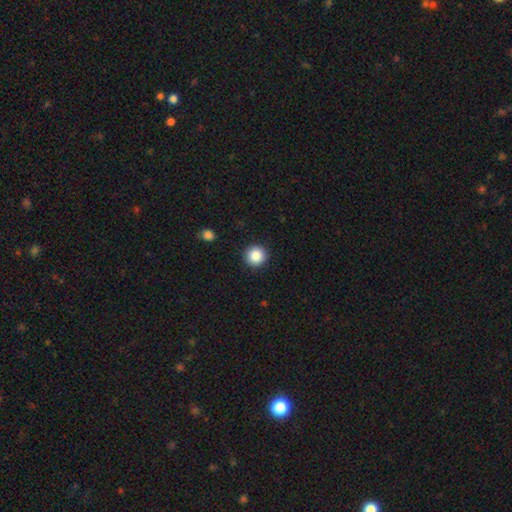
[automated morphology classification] smooth_or_featured: smooth (p=0.87) [alt: star or artifact p=0.09]
how_rounded: round (p=0.95) [alt: in between p=0.04]
merging: none (p=0.92) [alt: minor disturbance p=0.05]